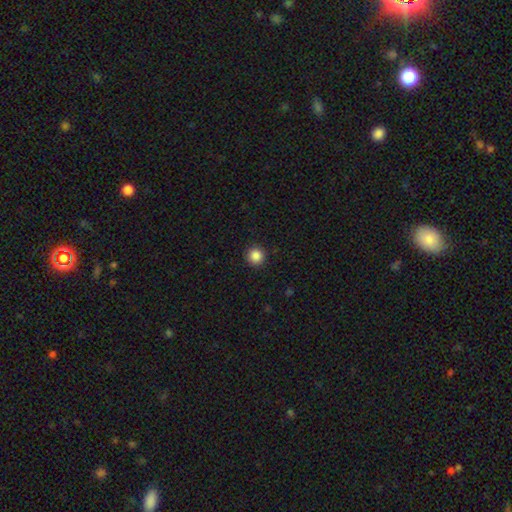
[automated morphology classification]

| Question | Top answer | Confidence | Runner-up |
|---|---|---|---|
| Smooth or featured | smooth | 87% | star or artifact (10%) |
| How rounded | round | 95% | in between (4%) |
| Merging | none | 92% | minor disturbance (5%) |